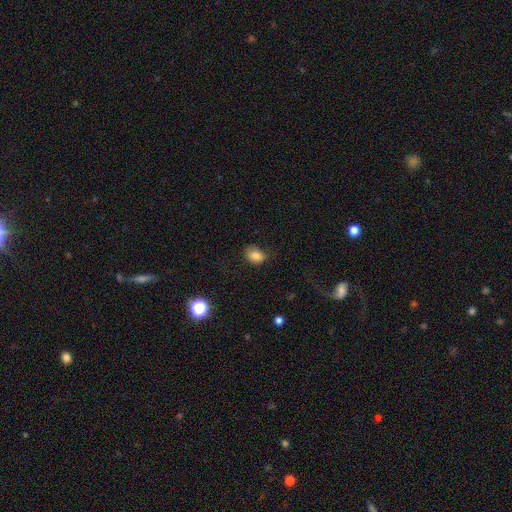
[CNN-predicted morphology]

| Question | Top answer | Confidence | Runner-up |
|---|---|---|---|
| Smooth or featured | smooth | 82% | star or artifact (11%) |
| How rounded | in between | 69% | round (29%) |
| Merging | none | 57% | minor disturbance (29%) |